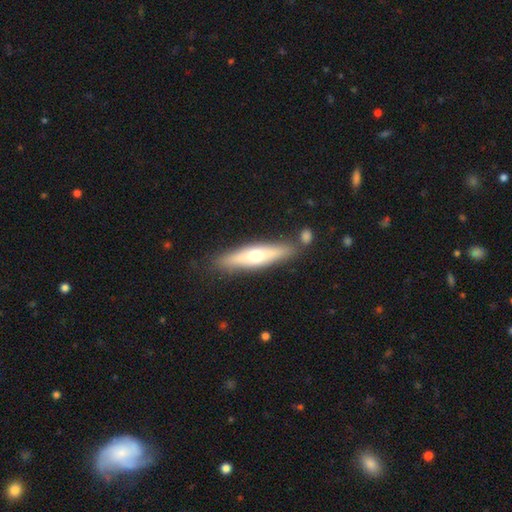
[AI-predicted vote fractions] Smooth or featured: smooth — 50% (featured or disk — 44%)
How rounded: cigar-shaped — 76% (in between — 22%)
Merging: none — 78% (minor disturbance — 12%)